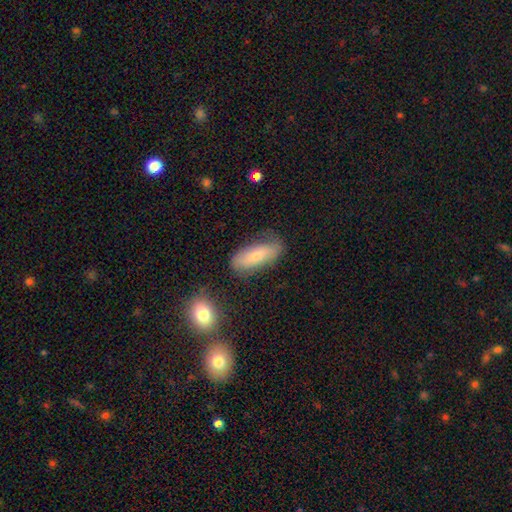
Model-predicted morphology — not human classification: Q: Smooth or featured?
A: smooth (66%); runner-up: featured or disk (26%)
Q: How rounded?
A: in between (70%); runner-up: cigar-shaped (27%)
Q: Merging?
A: none (66%); runner-up: minor disturbance (24%)